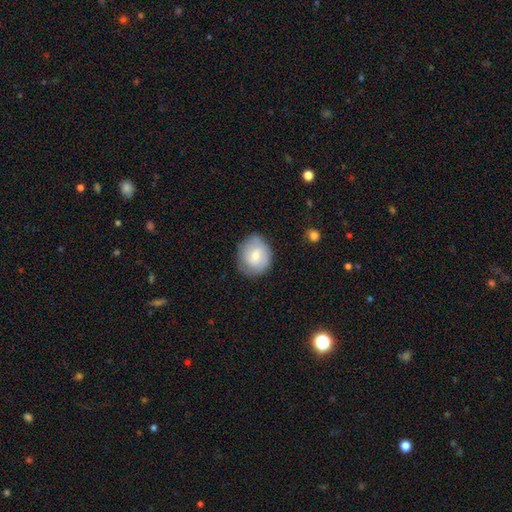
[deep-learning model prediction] A smooth galaxy with no disk features (52%) that is round (72%).

Vote fractions:
- Smooth or featured? smooth: 52% / featured or disk: 41% / star or artifact: 7%
- How rounded? round: 72% / in between: 27% / cigar-shaped: 1%
- Merging? none: 73% / minor disturbance: 21% / major disturbance: 5% / merger: 1%